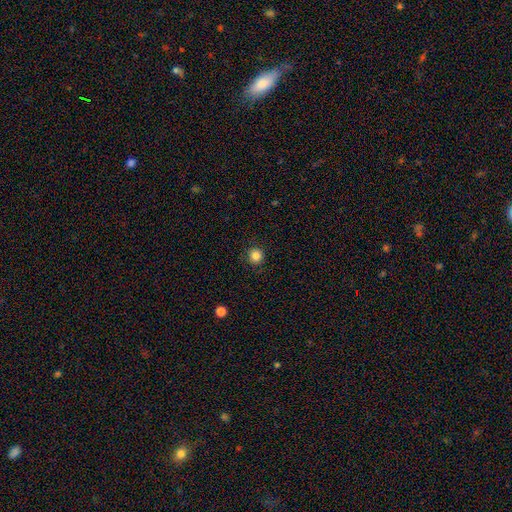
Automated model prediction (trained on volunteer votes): This appears to be a smooth galaxy with no disk features (85%) that is round (94%). Merging: none (90%).